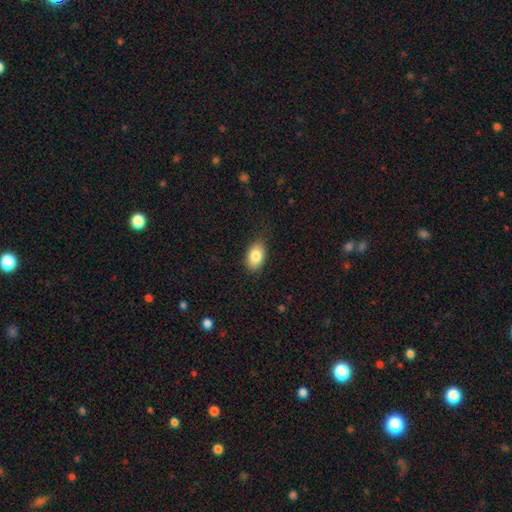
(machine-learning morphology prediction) type=smooth (83%); roundness=in between (88%); merging=none (79%).